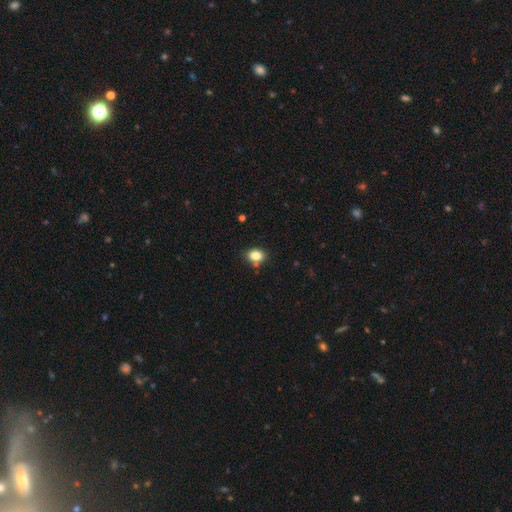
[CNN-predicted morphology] Overall: smooth (83%). How rounded: in between (60%; round 39%). Merging: none (77%).